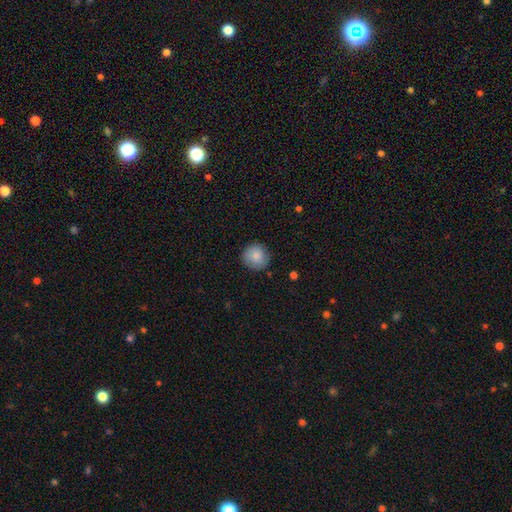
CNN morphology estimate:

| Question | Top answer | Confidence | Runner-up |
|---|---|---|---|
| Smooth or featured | smooth | 86% | star or artifact (8%) |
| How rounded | round | 93% | in between (6%) |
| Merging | none | 87% | minor disturbance (9%) |